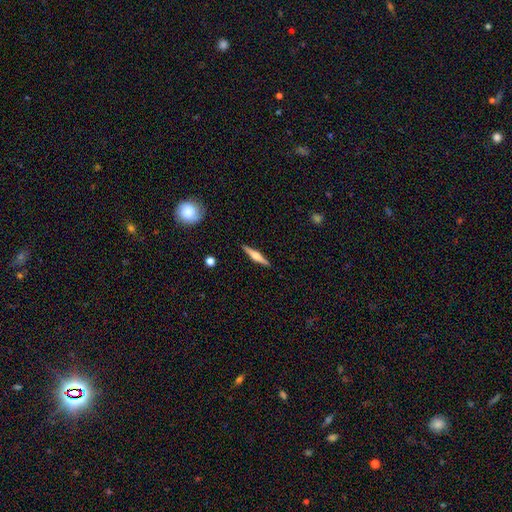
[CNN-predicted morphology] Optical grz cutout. It shows a featured or disk galaxy (64%) viewed edge-on (97%) with a rounded central bulge (87%). Merging: none (91%).